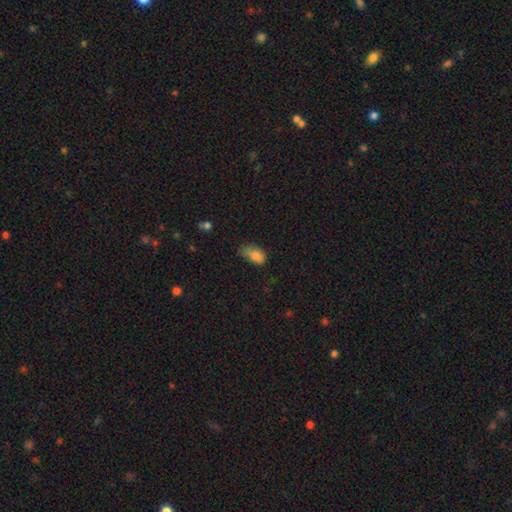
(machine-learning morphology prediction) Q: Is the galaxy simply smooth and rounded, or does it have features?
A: smooth — 81%.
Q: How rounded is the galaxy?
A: in between — 88%.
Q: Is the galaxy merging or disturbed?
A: minor disturbance — 45%.